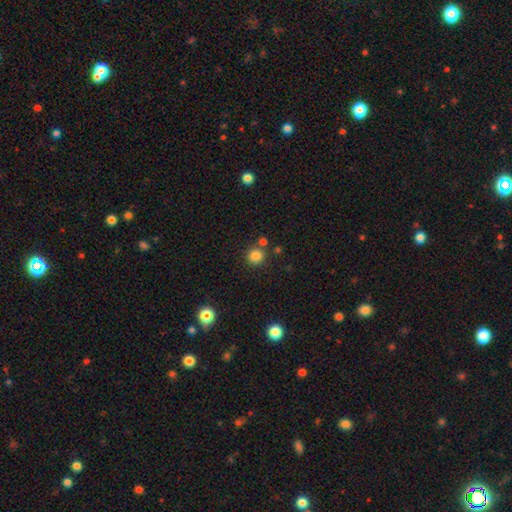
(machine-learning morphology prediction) smooth-or-featured: smooth: 82% | star or artifact: 13% | featured or disk: 5%
  how-rounded: round: 93% | in between: 6% | cigar-shaped: 1%
  merging: none: 79% | merger: 11% | minor disturbance: 8% | major disturbance: 3%